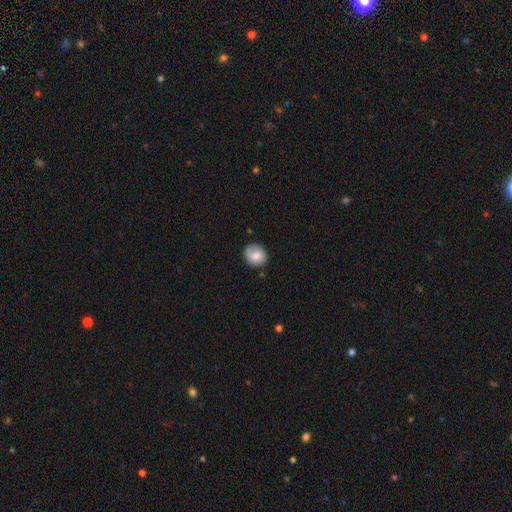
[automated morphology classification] Smooth or featured?
  - smooth: 77% *
  - featured or disk: 15%
  - star or artifact: 8%
How rounded?
  - round: 77% *
  - in between: 22%
  - cigar-shaped: 1%
Merging?
  - none: 76% *
  - minor disturbance: 18%
  - major disturbance: 5%
  - merger: 2%